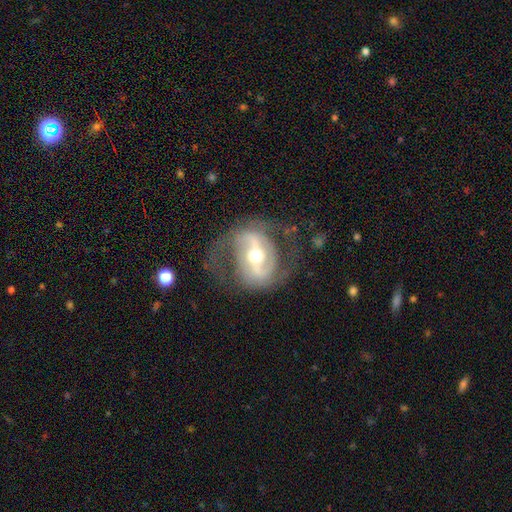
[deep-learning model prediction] This is clearly a featured or disk galaxy (84%). It is clearly not viewed edge-on (96%). Bar: possibly strong (46%). Spiral arm pattern: clearly yes (87%). Spiral arm count: clearly 2 (84%). Spiral winding: possibly medium (48%). Central bulge: likely moderate (67%). Merging: likely none (64%).